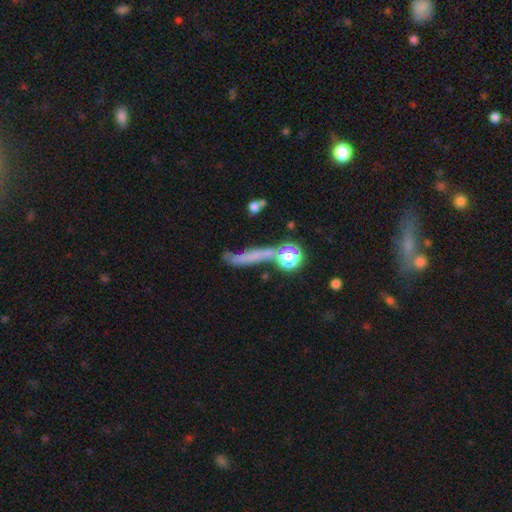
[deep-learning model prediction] smooth-or-featured: smooth: 45% | featured or disk: 31% | star or artifact: 24%
  merging: none: 55% | minor disturbance: 18% | merger: 15% | major disturbance: 12%